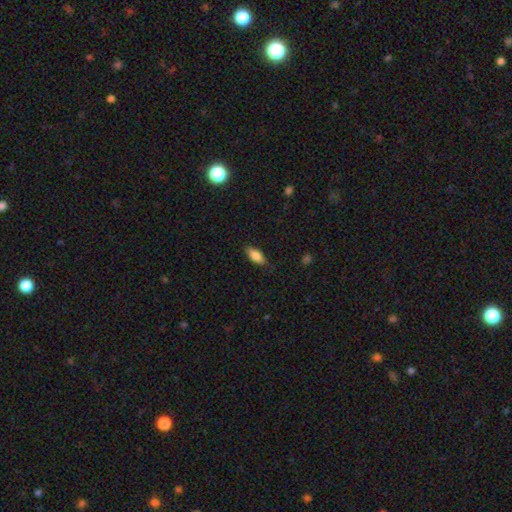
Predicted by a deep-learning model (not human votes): The model was most divided on "merging": none: 84%, minor disturbance: 13%, major disturbance: 3%, merger: 1%. More confident: how rounded — in between (85%); smooth or featured — smooth (84%).